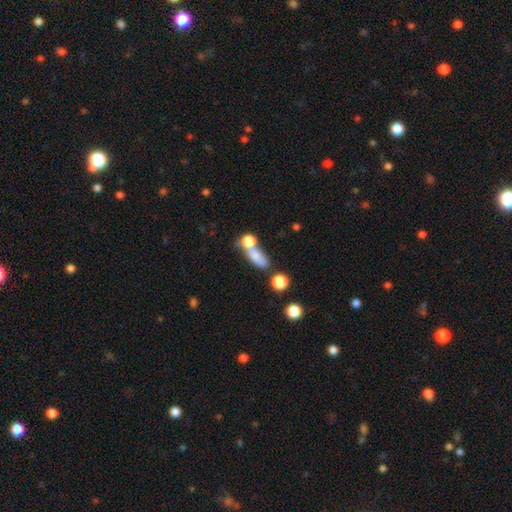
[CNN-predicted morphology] This is likely a smooth galaxy (74%). How rounded: likely in between (65%). Merging: marginally merger (40%).